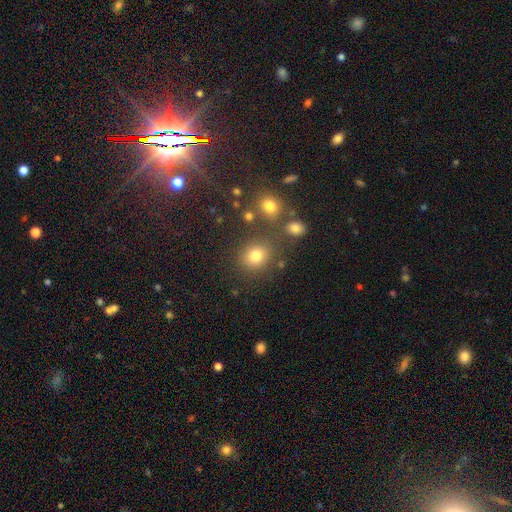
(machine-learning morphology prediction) type=smooth (78%); roundness=round (72%); merging=none (76%).